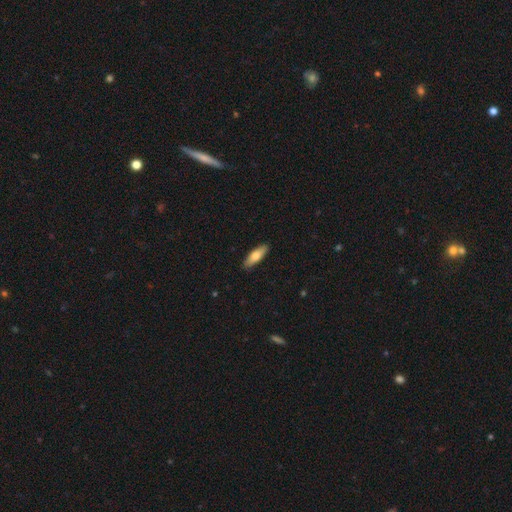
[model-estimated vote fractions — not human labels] A smooth galaxy with no disk features (74%) that is cigar-shaped (50%). Merging: none (89%).